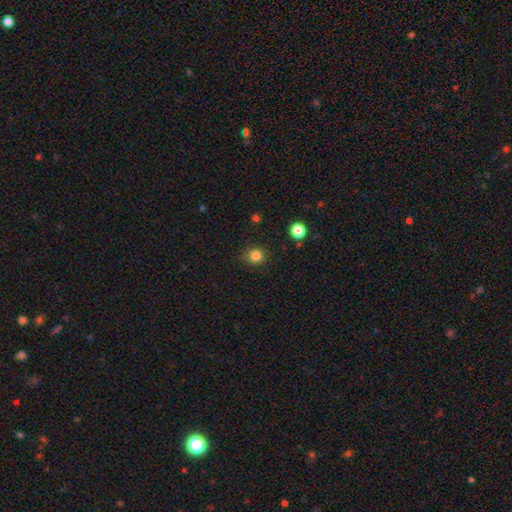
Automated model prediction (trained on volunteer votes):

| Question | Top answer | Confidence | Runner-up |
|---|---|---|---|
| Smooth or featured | smooth | 83% | star or artifact (13%) |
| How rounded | round | 91% | in between (8%) |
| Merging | none | 88% | minor disturbance (9%) |